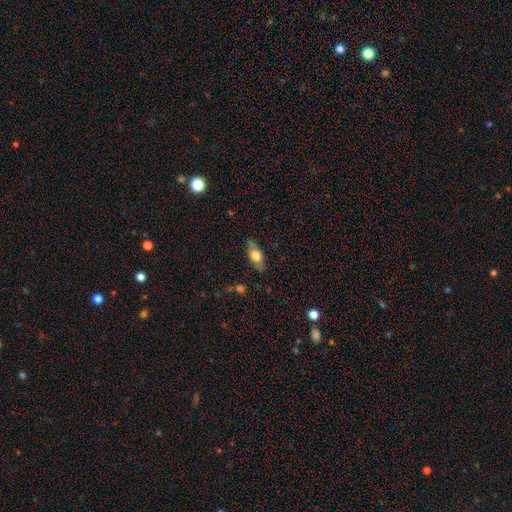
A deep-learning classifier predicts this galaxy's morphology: smooth-or-featured: smooth: 59% | featured or disk: 35% | star or artifact: 7%
  how-rounded: in between: 82% | cigar-shaped: 13% | round: 4%
  merging: none: 81% | minor disturbance: 15% | major disturbance: 3% | merger: 1%